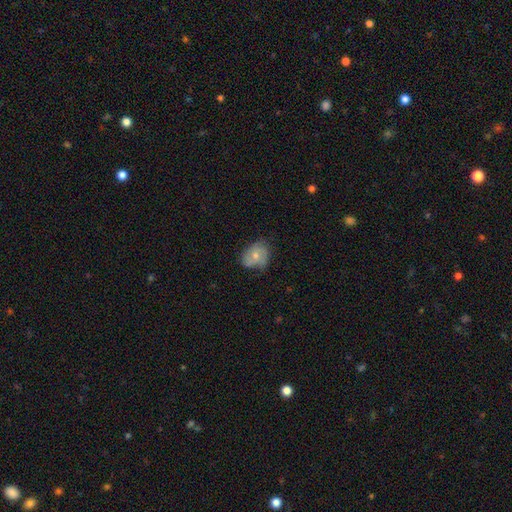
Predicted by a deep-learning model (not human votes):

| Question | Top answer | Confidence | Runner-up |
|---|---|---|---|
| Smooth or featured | smooth | 56% | featured or disk (36%) |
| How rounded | in between | 55% | round (44%) |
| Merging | none | 59% | minor disturbance (31%) |